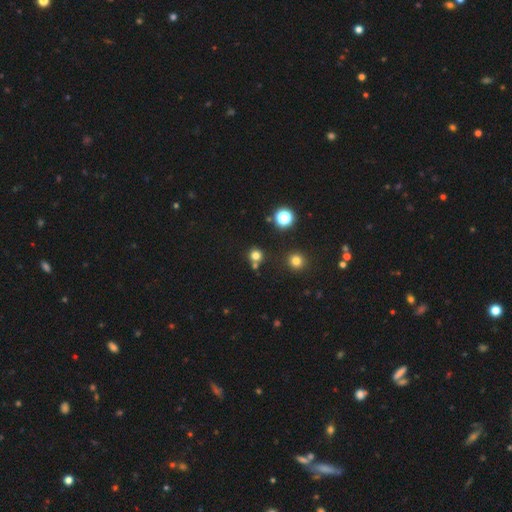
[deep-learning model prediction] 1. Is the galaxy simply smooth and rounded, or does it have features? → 74% smooth, 20% star or artifact, 6% featured or disk.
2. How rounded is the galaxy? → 92% round, 7% in between, 1% cigar-shaped.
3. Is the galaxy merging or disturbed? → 72% none, 17% merger, 8% minor disturbance, 3% major disturbance.